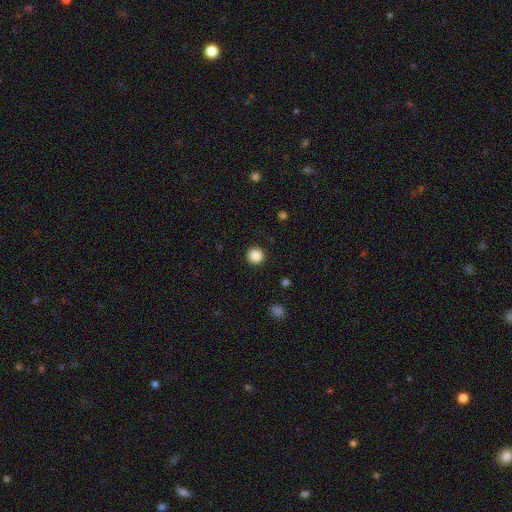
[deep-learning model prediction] The model was most divided on "smooth or featured": smooth: 87%, star or artifact: 10%, featured or disk: 3%. More confident: how rounded — round (94%); merging — none (92%).